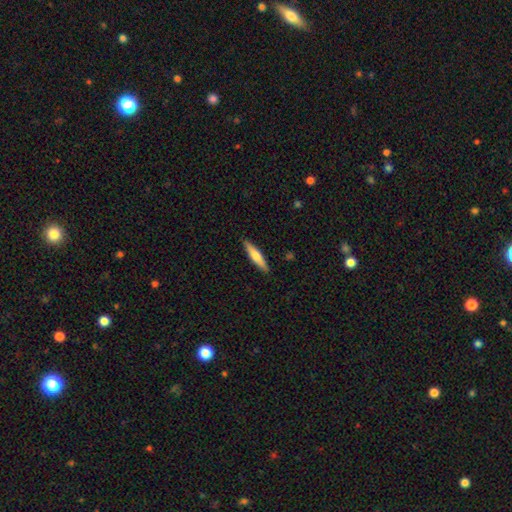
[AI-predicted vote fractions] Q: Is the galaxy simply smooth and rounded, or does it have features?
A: smooth — 59%.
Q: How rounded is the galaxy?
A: cigar-shaped — 81%.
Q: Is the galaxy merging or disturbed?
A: none — 90%.